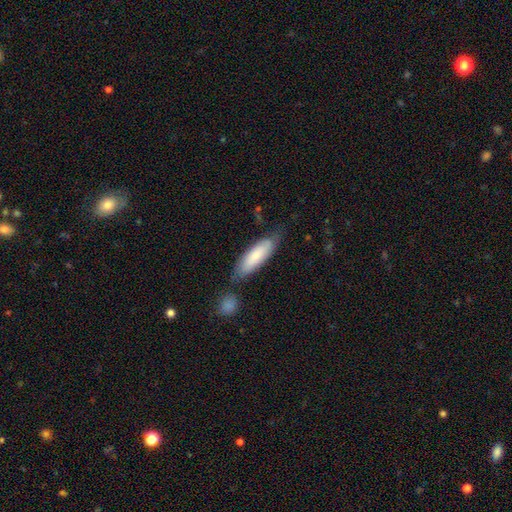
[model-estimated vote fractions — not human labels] smooth-or-featured: smooth: 77% | featured or disk: 17% | star or artifact: 6%
  how-rounded: cigar-shaped: 51% | in between: 47% | round: 1%
  merging: none: 63% | minor disturbance: 22% | merger: 9% | major disturbance: 6%